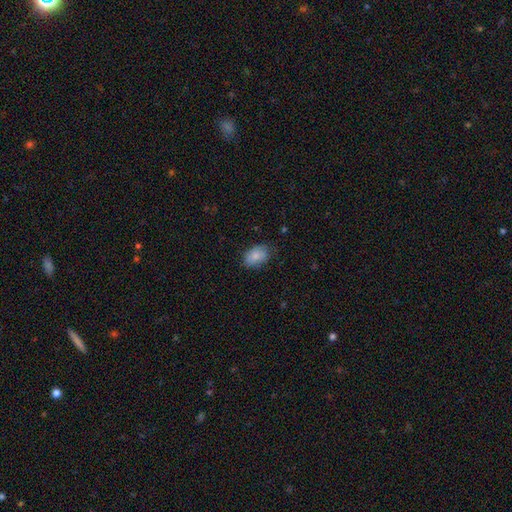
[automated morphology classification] Smooth or featured? smooth (83%)
How rounded? in between (85%)
Merging? none (72%)